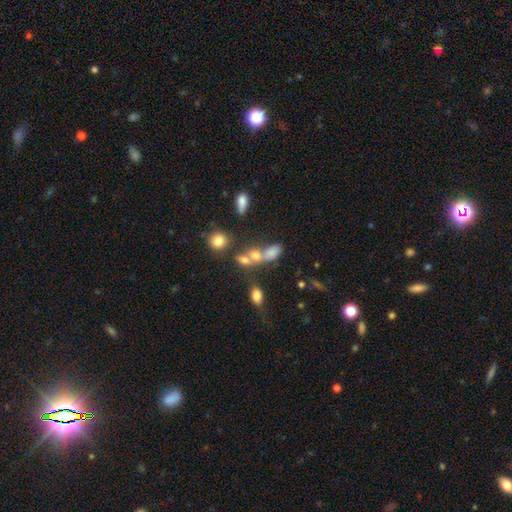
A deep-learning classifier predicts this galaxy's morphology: type=smooth (52%); roundness=in between (57%); merging=merger (45%).